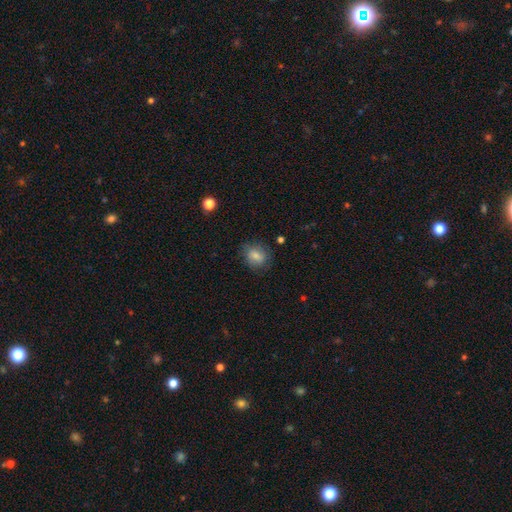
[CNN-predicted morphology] This is likely a smooth galaxy (79%). How rounded: possibly round (59%). Merging: likely none (77%).